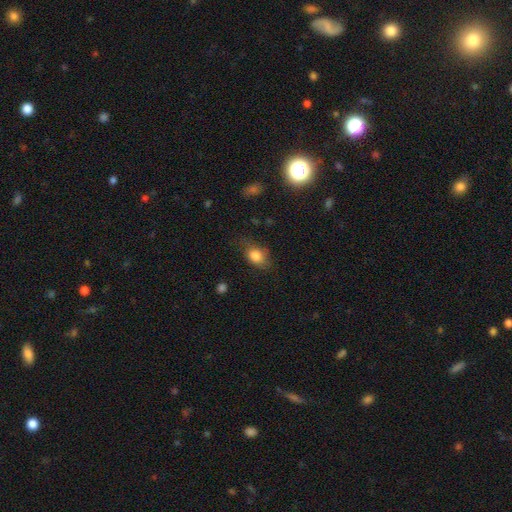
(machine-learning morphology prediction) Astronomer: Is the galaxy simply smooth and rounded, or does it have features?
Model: smooth — 81%.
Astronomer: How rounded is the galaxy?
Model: in between — 68%.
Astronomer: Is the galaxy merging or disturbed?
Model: none — 63%.